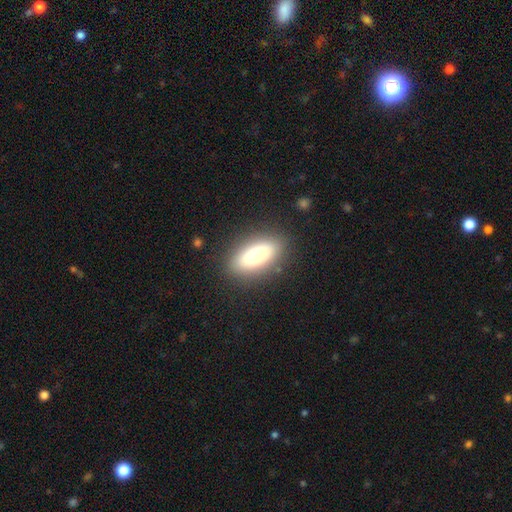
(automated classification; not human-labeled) Morphology: type=smooth (73%); roundness=in between (81%); merging=none (85%).